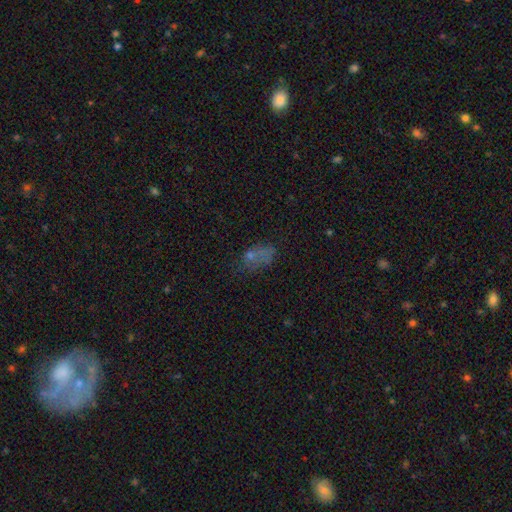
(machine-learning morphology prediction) Smooth or featured? Predicted: smooth (p=0.54). How rounded? Predicted: in between (p=0.83). Merging? Predicted: none (p=0.40).